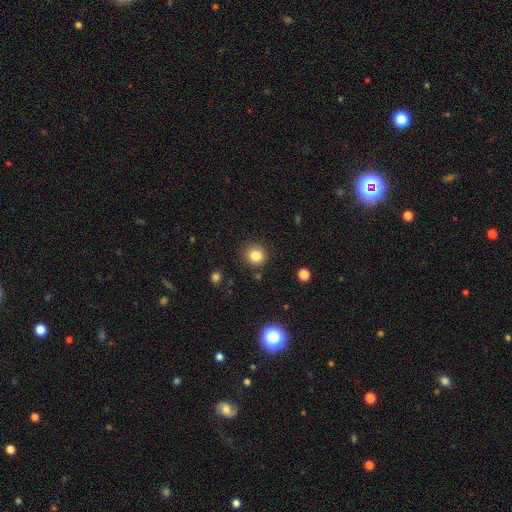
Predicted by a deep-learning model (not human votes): The model was most divided on "smooth or featured": smooth: 82%, star or artifact: 12%, featured or disk: 6%. More confident: merging — none (88%); how rounded — round (87%).